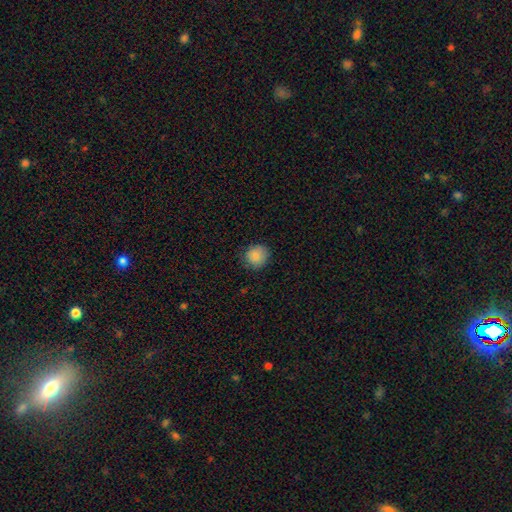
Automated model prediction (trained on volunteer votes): Morphology: type=smooth (86%); roundness=round (85%); merging=none (84%).